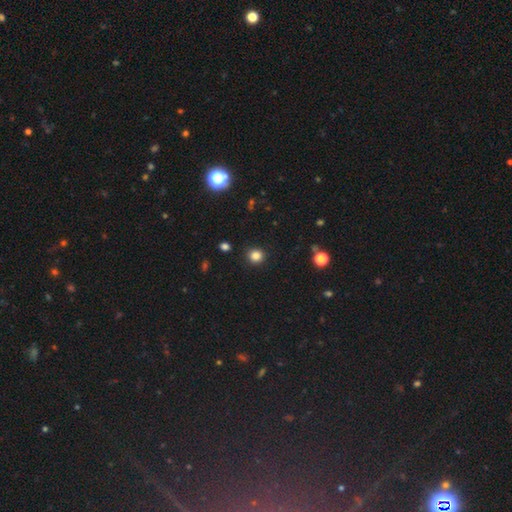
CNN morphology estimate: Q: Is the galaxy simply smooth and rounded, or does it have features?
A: smooth — 84%.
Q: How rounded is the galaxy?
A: round — 89%.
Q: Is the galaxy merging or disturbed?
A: none — 90%.